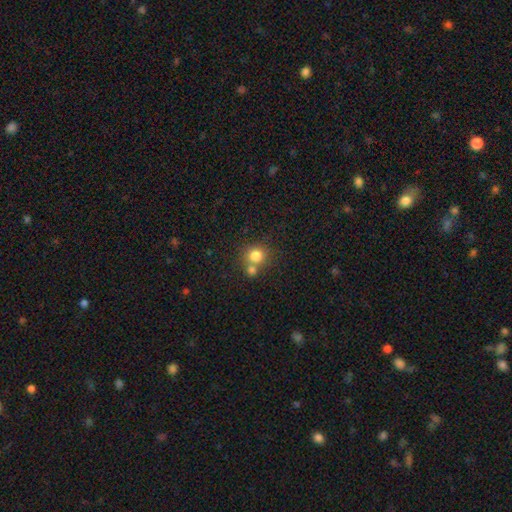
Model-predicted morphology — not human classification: smooth_or_featured: smooth (p=0.80) [alt: star or artifact p=0.12]
how_rounded: round (p=0.87) [alt: in between p=0.12]
merging: none (p=0.54) [alt: merger p=0.36]